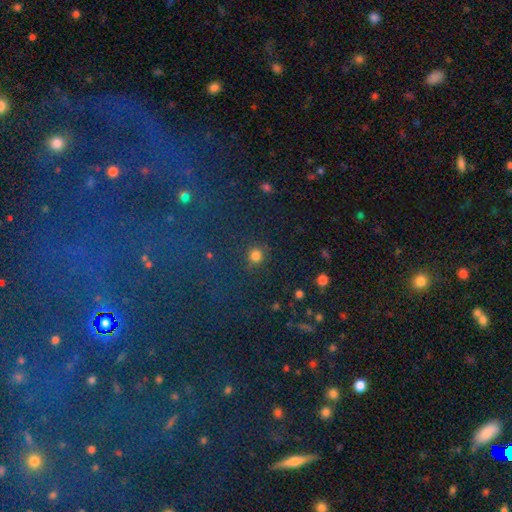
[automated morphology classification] smooth 75%, star or artifact 19%, featured or disk 6%. Down the decision tree: how rounded — round (92%); merging — none (84%).